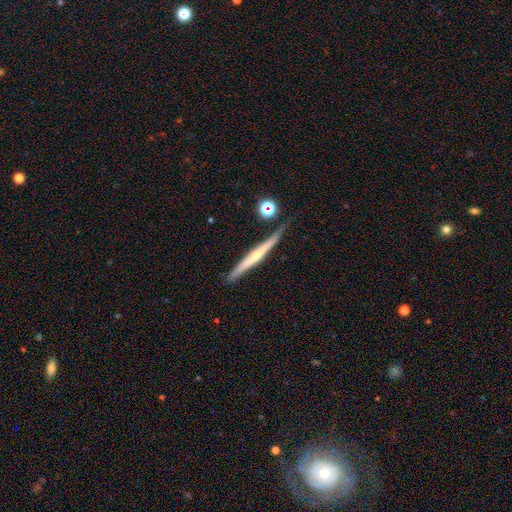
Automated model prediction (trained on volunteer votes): The model was most divided on "edge-on bulge": rounded: 50%, none: 44%, boxy: 7%. More confident: edge-on disk — yes (96%); merging — none (80%); smooth or featured — featured or disk (63%).